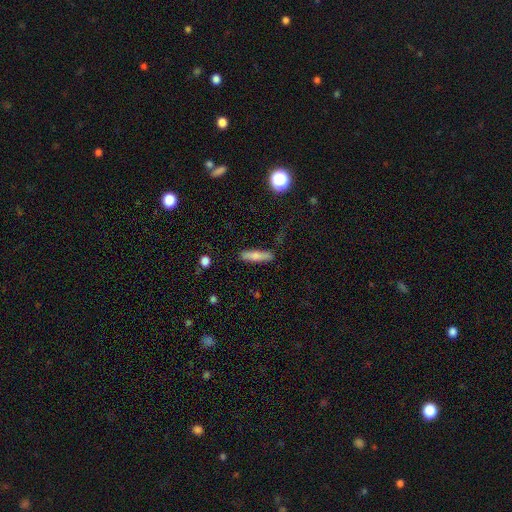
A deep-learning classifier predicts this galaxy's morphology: type=smooth (74%); roundness=cigar-shaped (75%); merging=none (83%).